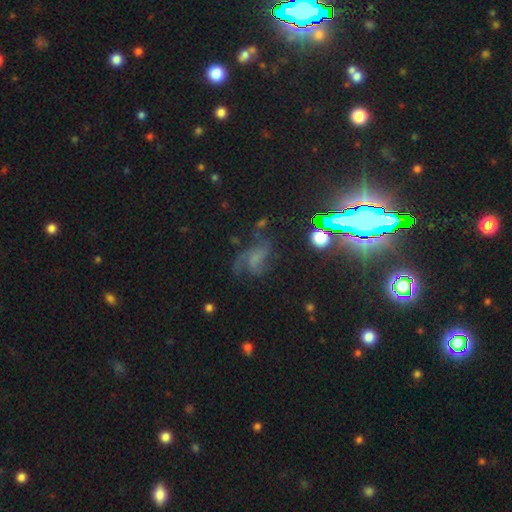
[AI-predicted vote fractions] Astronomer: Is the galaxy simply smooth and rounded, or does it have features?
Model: featured or disk — 44% (runner-up: star or artifact, 34%).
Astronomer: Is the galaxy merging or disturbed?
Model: none — 50% (runner-up: major disturbance, 25%).